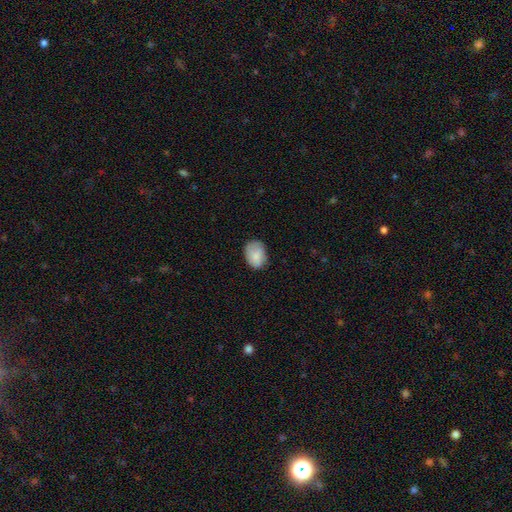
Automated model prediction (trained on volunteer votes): A smooth galaxy with no disk features (83%) that is in between round and cigar-shaped (75%).

Vote fractions:
- Smooth or featured? smooth: 83% / featured or disk: 10% / star or artifact: 7%
- How rounded? in between: 75% / round: 24% / cigar-shaped: 1%
- Merging? none: 69% / minor disturbance: 24% / major disturbance: 6% / merger: 1%